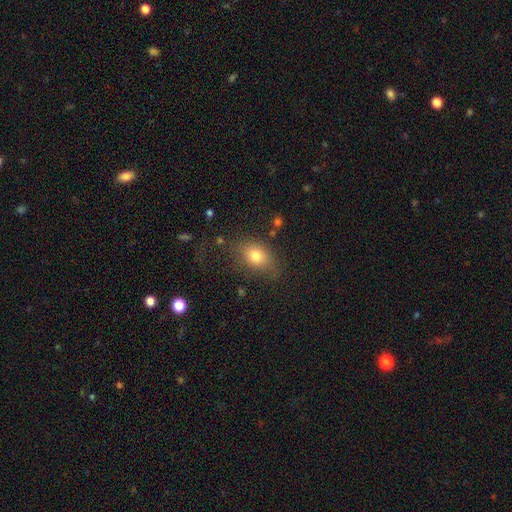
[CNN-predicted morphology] The model was most divided on "how rounded": in between: 68%, round: 30%, cigar-shaped: 2%. More confident: smooth or featured — smooth (76%); merging — none (69%).